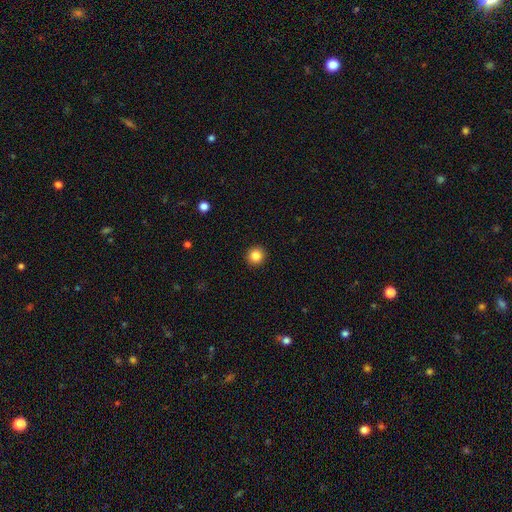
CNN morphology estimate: smooth 85%, star or artifact 10%, featured or disk 5%. Down the decision tree: how rounded — round (94%); merging — none (93%).